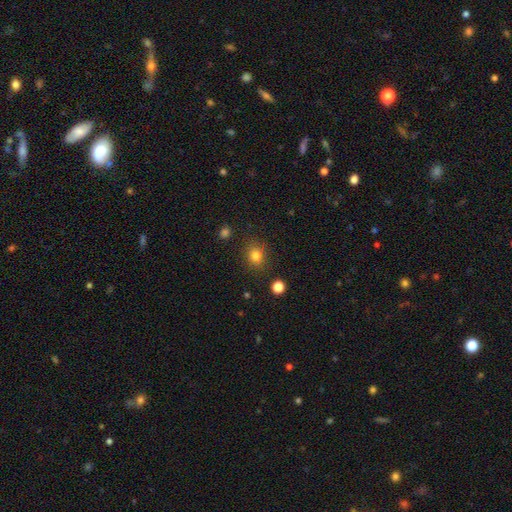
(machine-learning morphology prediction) This is clearly a smooth galaxy (81%). How rounded: likely round (69%). Merging: clearly none (84%).